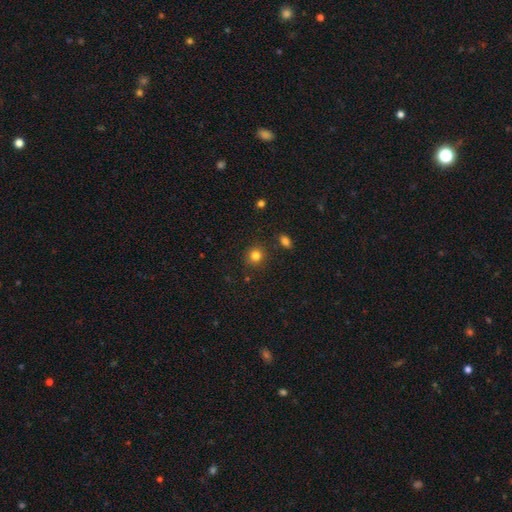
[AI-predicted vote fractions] smooth_or_featured: smooth (p=0.82) [alt: star or artifact p=0.12]
how_rounded: round (p=0.86) [alt: in between p=0.13]
merging: none (p=0.84) [alt: minor disturbance p=0.10]